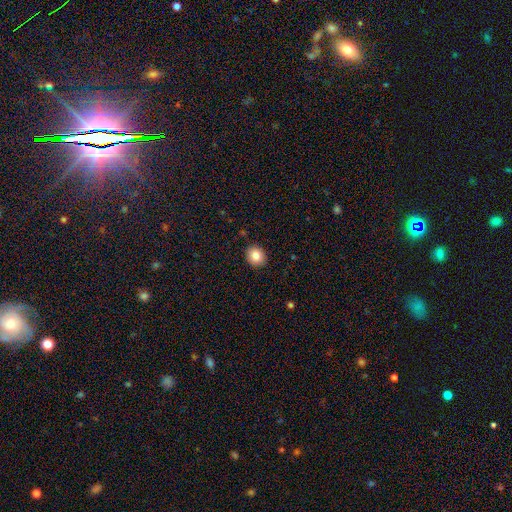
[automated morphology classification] Smooth or featured? Predicted: smooth (p=0.86). How rounded? Predicted: round (p=0.75). Merging? Predicted: none (p=0.90).